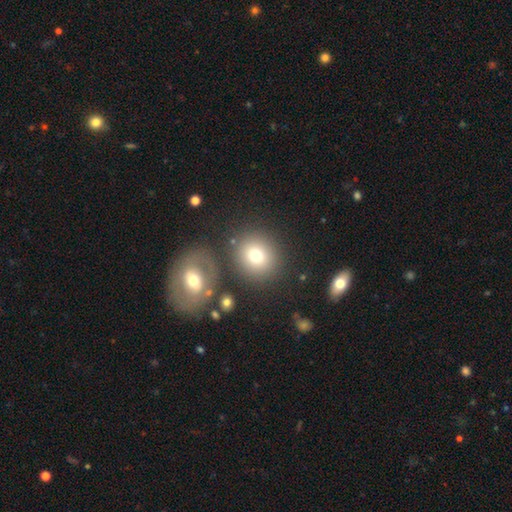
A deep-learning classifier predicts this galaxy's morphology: This is likely a smooth galaxy (74%). How rounded: clearly round (83%). Merging: likely none (76%).